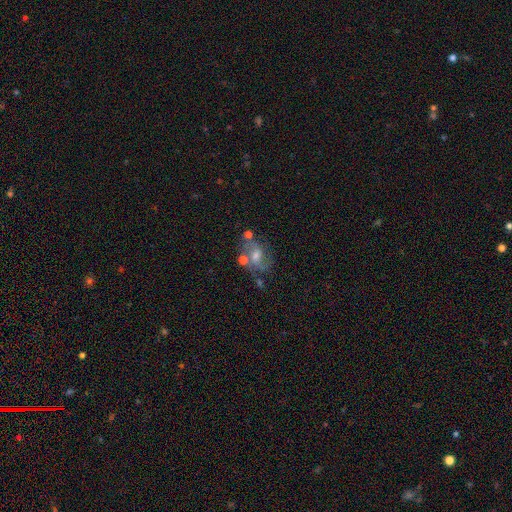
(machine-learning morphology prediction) type=featured or disk (63%); edge-on=no (97%); bar=weak (44%, tied with no); spiral arms=yes (82%); bulge=moderate (55%); merging=none (54%).